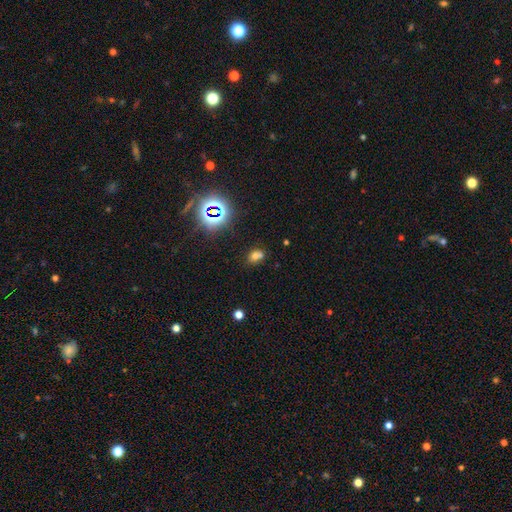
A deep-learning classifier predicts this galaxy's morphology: smooth 60%, star or artifact 27%, featured or disk 12%. Down the decision tree: how rounded — round (50%); merging — none (48%).